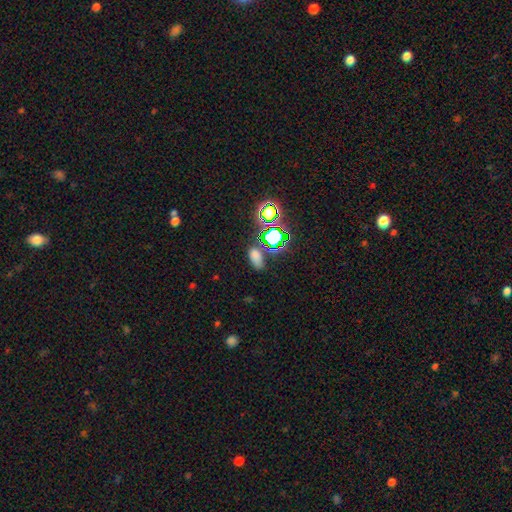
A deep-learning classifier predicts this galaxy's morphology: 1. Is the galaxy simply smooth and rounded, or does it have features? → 64% smooth, 29% star or artifact, 7% featured or disk.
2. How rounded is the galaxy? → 86% in between, 10% round, 4% cigar-shaped.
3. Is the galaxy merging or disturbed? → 70% none, 17% minor disturbance, 7% merger, 7% major disturbance.